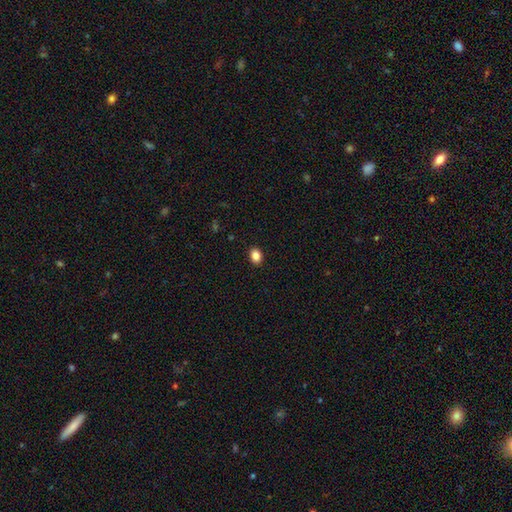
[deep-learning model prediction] smooth-or-featured: smooth: 86% | star or artifact: 10% | featured or disk: 4%
  how-rounded: in between: 62% | round: 37% | cigar-shaped: 1%
  merging: none: 91% | minor disturbance: 6% | major disturbance: 2% | merger: 1%